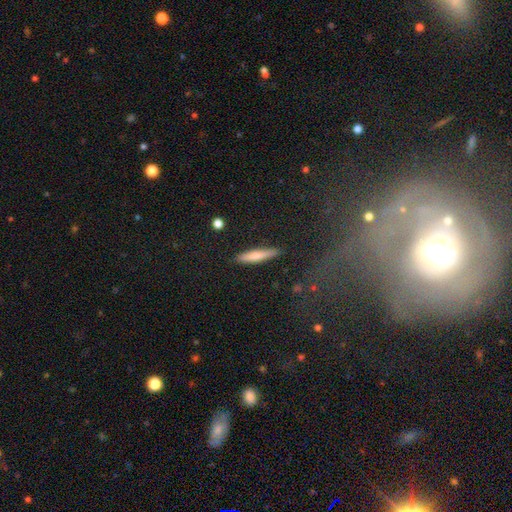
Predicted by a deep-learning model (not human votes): A smooth galaxy with no disk features (69%) that is cigar-shaped (88%). Merging: none (89%).